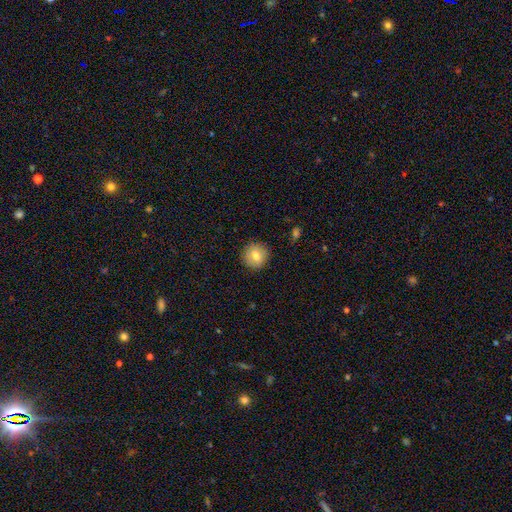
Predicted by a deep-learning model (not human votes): Smooth or featured: smooth — 74% (featured or disk — 17%)
How rounded: round — 91% (in between — 8%)
Merging: none — 88% (minor disturbance — 9%)